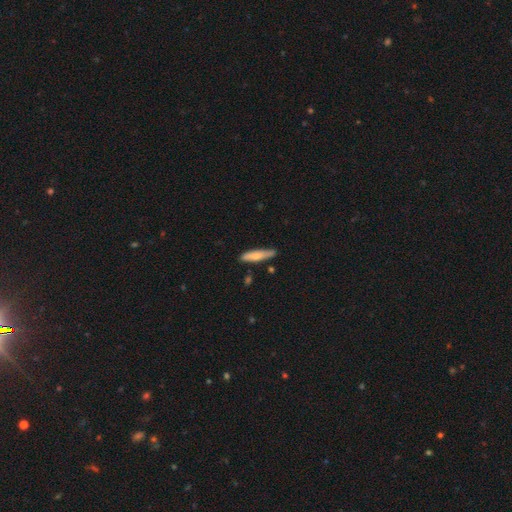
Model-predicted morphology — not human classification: smooth_or_featured: smooth (p=0.70) [alt: featured or disk p=0.24]
how_rounded: cigar-shaped (p=0.81) [alt: in between p=0.18]
merging: none (p=0.80) [alt: minor disturbance p=0.15]